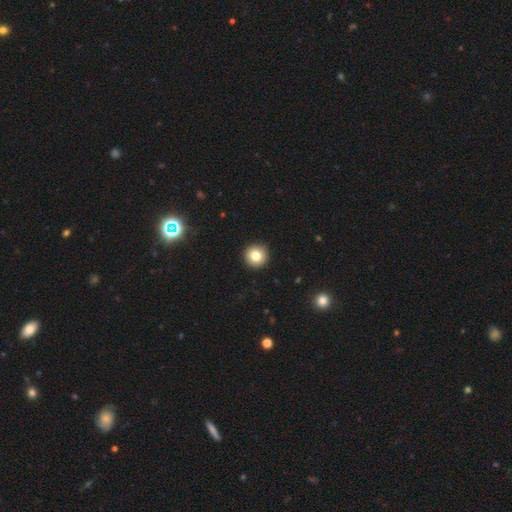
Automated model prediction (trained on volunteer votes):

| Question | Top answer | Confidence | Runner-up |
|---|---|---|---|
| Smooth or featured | smooth | 80% | star or artifact (11%) |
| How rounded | round | 96% | in between (3%) |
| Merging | none | 91% | minor disturbance (6%) |